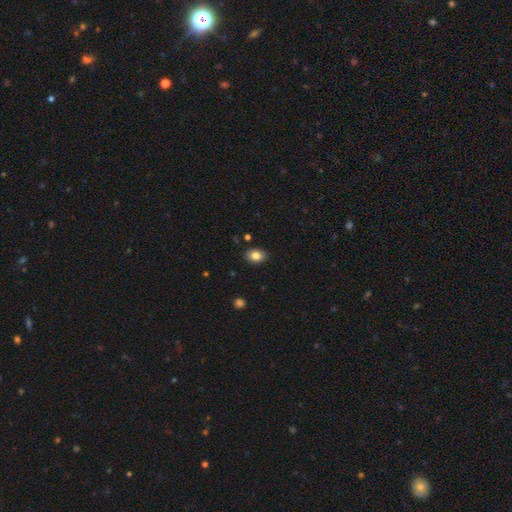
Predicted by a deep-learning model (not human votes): smooth-or-featured: smooth: 83% | star or artifact: 9% | featured or disk: 8%
  how-rounded: in between: 74% | round: 25% | cigar-shaped: 1%
  merging: none: 88% | minor disturbance: 9% | major disturbance: 2% | merger: 1%